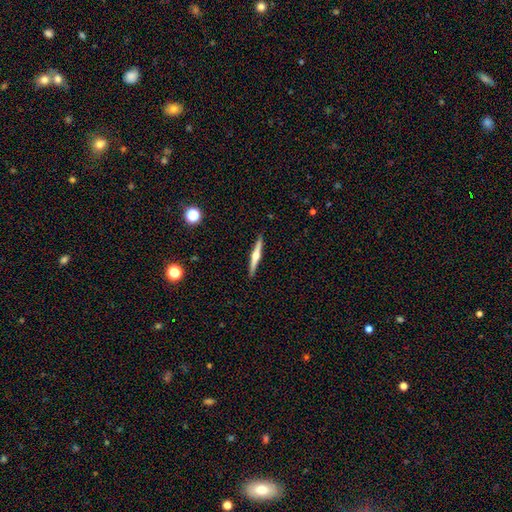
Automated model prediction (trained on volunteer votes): Overall: featured or disk (70%). Edge-on disk: yes (98%). Edge-on bulge: rounded (92%). Merging: none (91%).